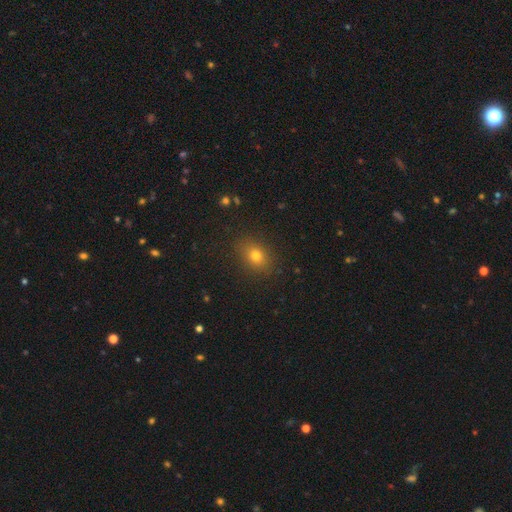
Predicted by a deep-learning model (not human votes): Smooth or featured: smooth — 74% (star or artifact — 17%)
How rounded: in between — 56% (round — 42%)
Merging: none — 87% (minor disturbance — 9%)